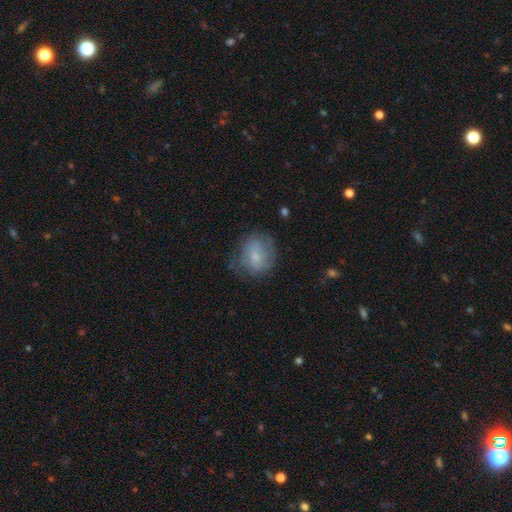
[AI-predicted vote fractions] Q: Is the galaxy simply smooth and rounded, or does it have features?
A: smooth — 63%.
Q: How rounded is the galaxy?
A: round — 74%.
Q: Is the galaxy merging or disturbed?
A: none — 61%.